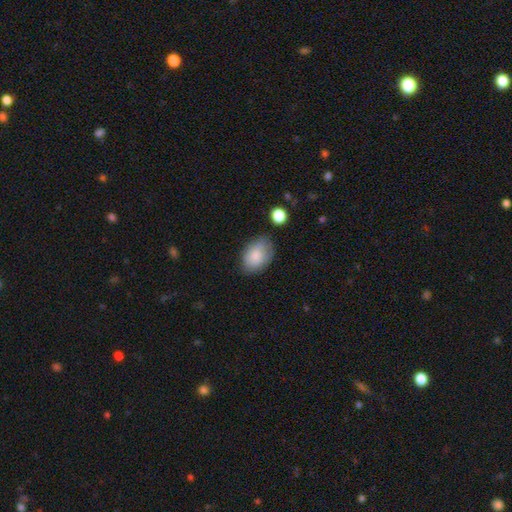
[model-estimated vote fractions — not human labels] A smooth galaxy with no disk features (84%) that is in between round and cigar-shaped (86%). Merging: none (70%).